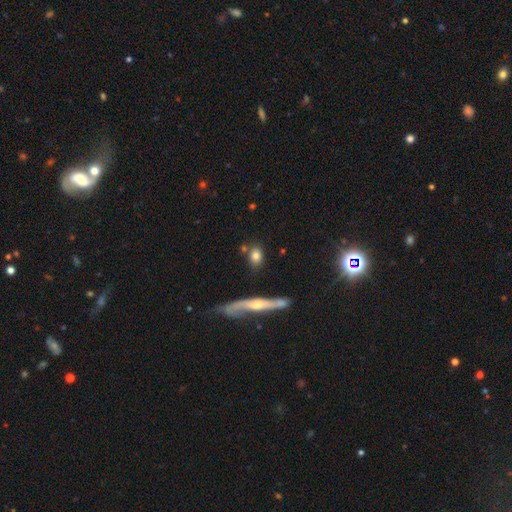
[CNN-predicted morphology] smooth_or_featured: smooth (p=0.79) [alt: featured or disk p=0.14]
how_rounded: in between (p=0.56) [alt: round p=0.36]
merging: none (p=0.72) [alt: minor disturbance p=0.13]